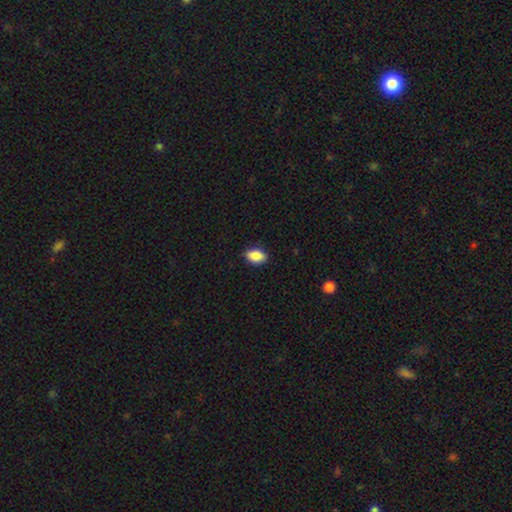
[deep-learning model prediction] The model was most divided on "how rounded": in between: 86%, round: 12%, cigar-shaped: 2%. More confident: merging — none (86%); smooth or featured — smooth (86%).